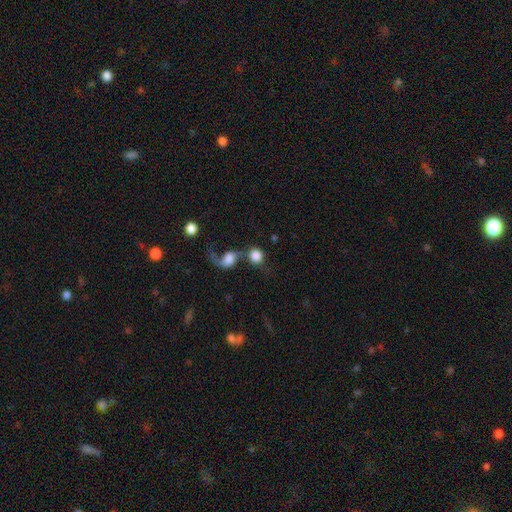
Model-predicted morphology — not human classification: Overall: smooth (75%). How rounded: round (79%). Merging: merger (55%; none 24%).